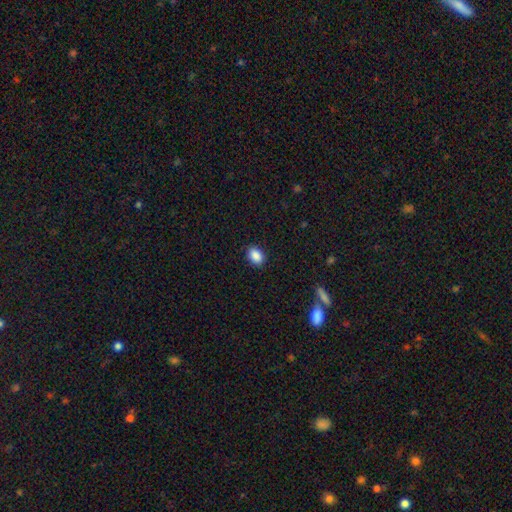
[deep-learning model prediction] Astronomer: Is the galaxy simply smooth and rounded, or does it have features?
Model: smooth — 89%.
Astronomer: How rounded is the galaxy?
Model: in between — 79%.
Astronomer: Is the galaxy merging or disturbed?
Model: none — 89%.